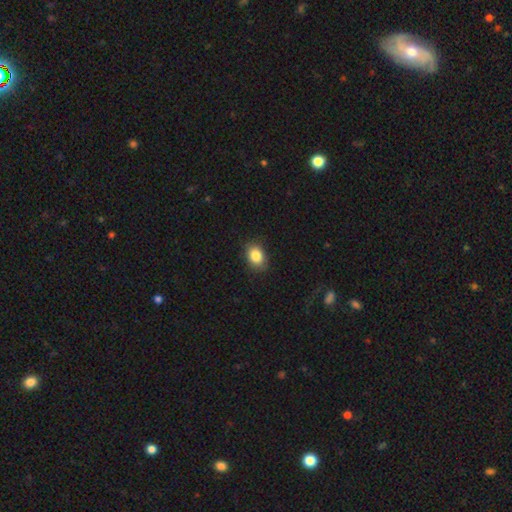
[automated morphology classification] smooth_or_featured: smooth (p=0.86) [alt: star or artifact p=0.08]
how_rounded: in between (p=0.70) [alt: round p=0.29]
merging: none (p=0.86) [alt: minor disturbance p=0.11]